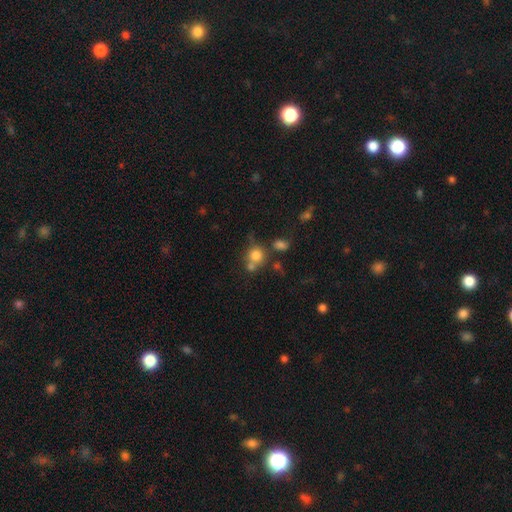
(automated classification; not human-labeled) smooth_or_featured: smooth (p=0.77) [alt: star or artifact p=0.13]
how_rounded: round (p=0.84) [alt: in between p=0.15]
merging: none (p=0.49) [alt: merger p=0.32]